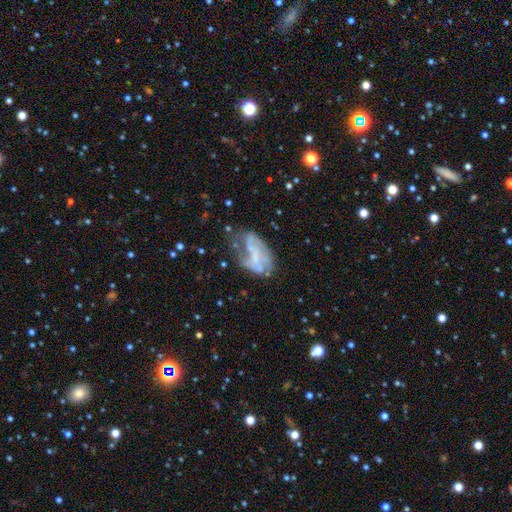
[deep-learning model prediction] This appears to be a featured or disk galaxy (71%) with no bar (44%), spiral arms (72%) and no central bulge (47%). Merging: none (42%).